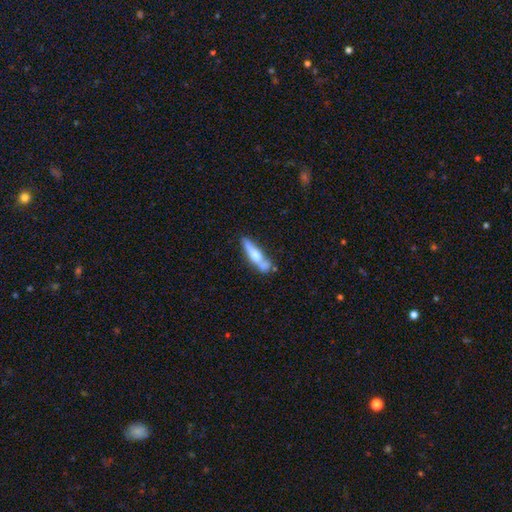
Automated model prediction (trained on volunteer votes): Q: Smooth or featured?
A: smooth (52%); runner-up: featured or disk (42%)
Q: How rounded?
A: cigar-shaped (81%); runner-up: in between (17%)
Q: Merging?
A: none (53%); runner-up: minor disturbance (22%)